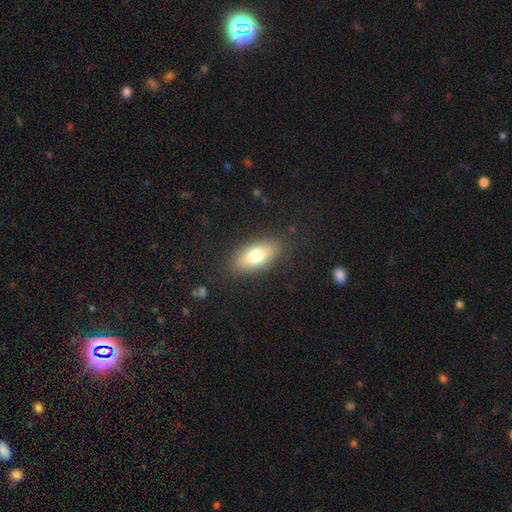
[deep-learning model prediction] Q: Smooth or featured?
A: smooth (75%); runner-up: featured or disk (18%)
Q: How rounded?
A: in between (86%); runner-up: cigar-shaped (10%)
Q: Merging?
A: none (85%); runner-up: minor disturbance (10%)